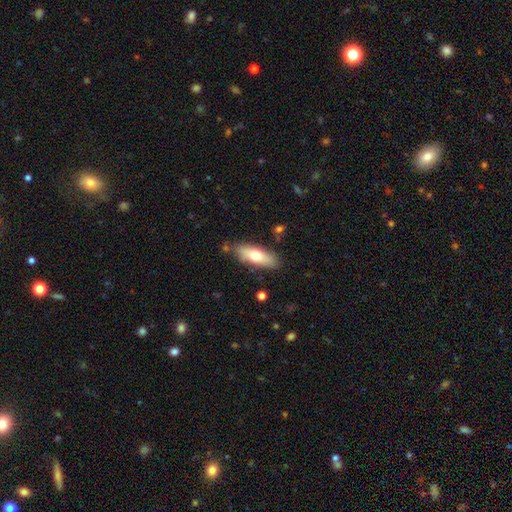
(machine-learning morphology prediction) Smooth or featured?
  - smooth: 67% *
  - featured or disk: 27%
  - star or artifact: 6%
How rounded?
  - in between: 62% *
  - cigar-shaped: 36%
  - round: 2%
Merging?
  - none: 82% *
  - minor disturbance: 13%
  - merger: 3%
  - major disturbance: 3%